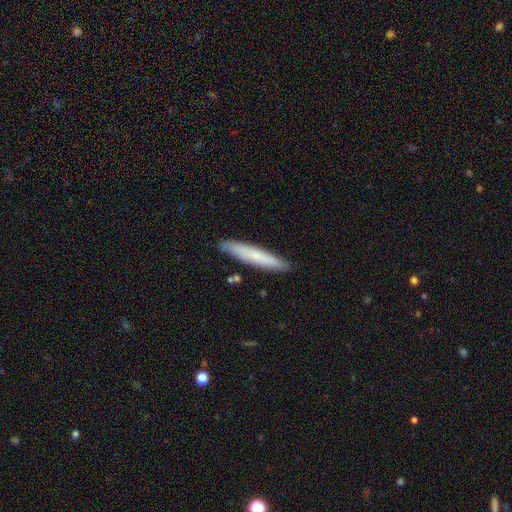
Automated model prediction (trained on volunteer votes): This appears to be a smooth galaxy with no disk features (71%) that is cigar-shaped (92%). Merging: none (88%).